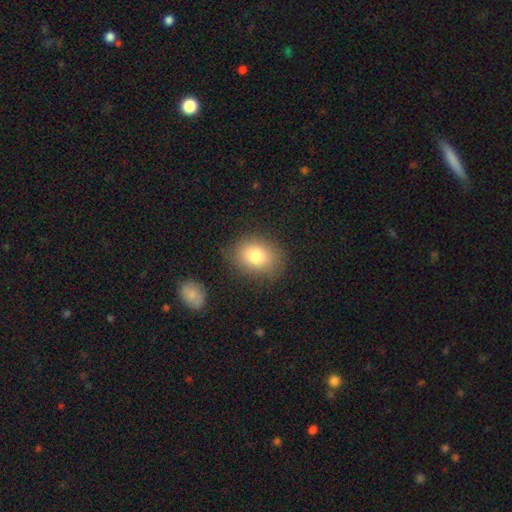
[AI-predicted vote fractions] This is likely a smooth galaxy (80%). How rounded: possibly in between (50%). Merging: clearly none (81%).